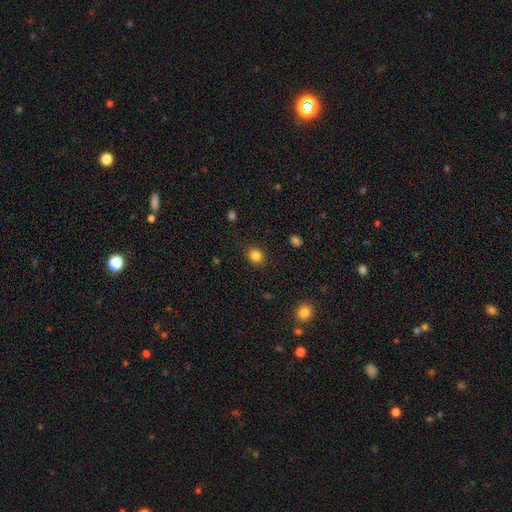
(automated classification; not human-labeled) A smooth galaxy with no disk features (84%) that is round (73%). Merging: none (88%).